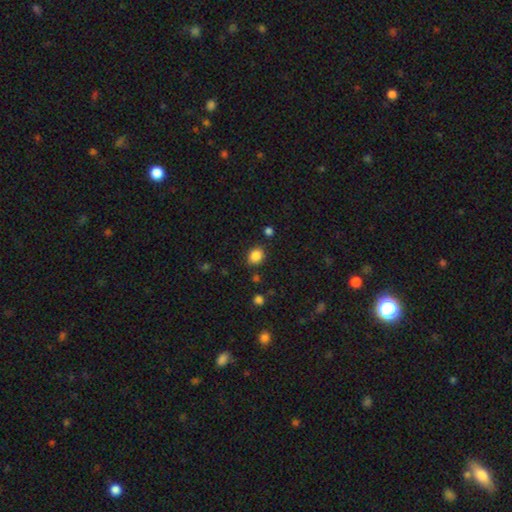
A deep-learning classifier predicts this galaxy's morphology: This is clearly a smooth galaxy (86%). How rounded: likely round (60%). Merging: clearly none (84%).